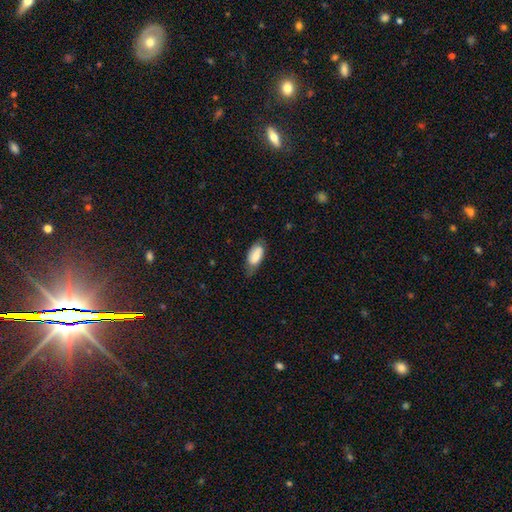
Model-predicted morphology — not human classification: Smooth or featured?
  - smooth: 71% *
  - featured or disk: 23%
  - star or artifact: 7%
How rounded?
  - in between: 89% *
  - cigar-shaped: 8%
  - round: 3%
Merging?
  - none: 58% *
  - minor disturbance: 32%
  - major disturbance: 8%
  - merger: 2%